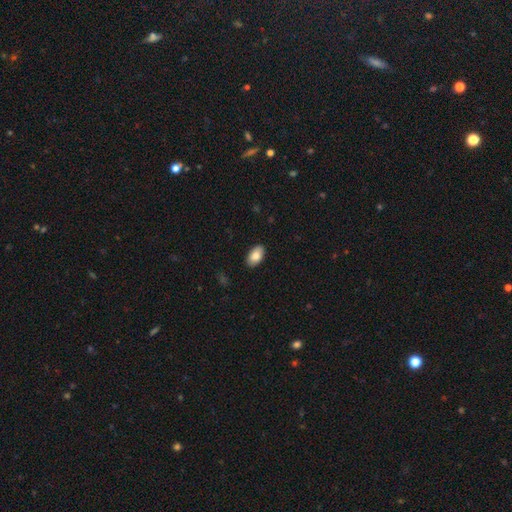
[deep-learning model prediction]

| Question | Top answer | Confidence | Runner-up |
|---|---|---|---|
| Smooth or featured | smooth | 85% | featured or disk (8%) |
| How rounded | in between | 94% | round (4%) |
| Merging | none | 89% | minor disturbance (8%) |